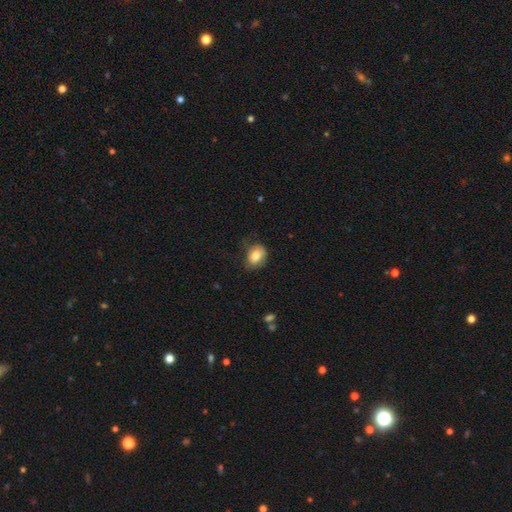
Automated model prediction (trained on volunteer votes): Smooth or featured? smooth (79%)
How rounded? in between (66%)
Merging? none (65%)